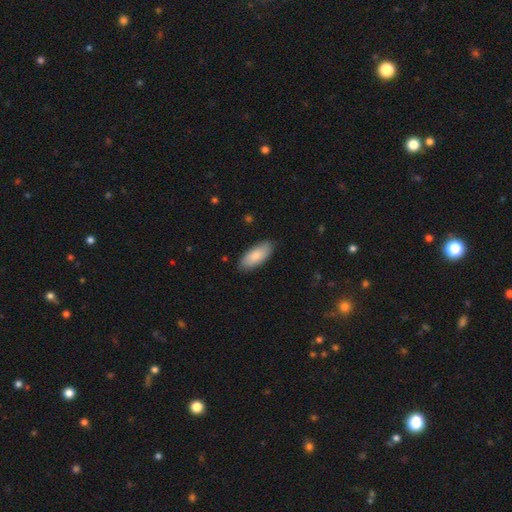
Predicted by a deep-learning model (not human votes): smooth 85%, featured or disk 10%, star or artifact 5%. Down the decision tree: how rounded — in between (84%); merging — none (86%).